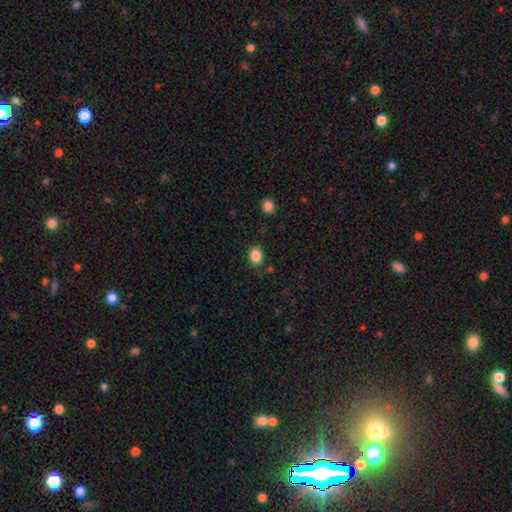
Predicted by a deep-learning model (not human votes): Overall: smooth (87%). How rounded: in between (67%; round 32%). Merging: none (81%).